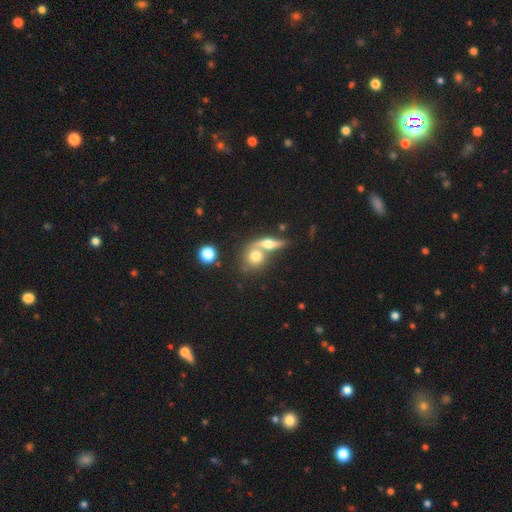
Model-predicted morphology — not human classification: The model was most divided on "merging": merger: 50%, none: 38%, minor disturbance: 8%, major disturbance: 4%. More confident: how rounded — round (73%); smooth or featured — smooth (65%).